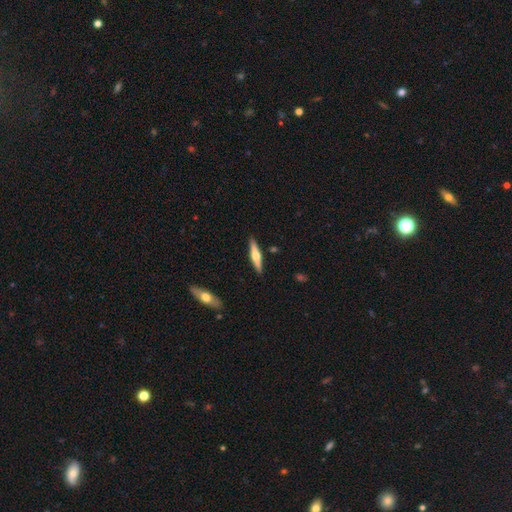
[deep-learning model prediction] smooth-or-featured: featured or disk: 60% | smooth: 35% | star or artifact: 5%
  disk-edge-on: yes: 96% | no: 4%
    edge-on-bulge: rounded: 93% | boxy: 4% | none: 3%
  merging: none: 90% | minor disturbance: 7% | merger: 2% | major disturbance: 2%